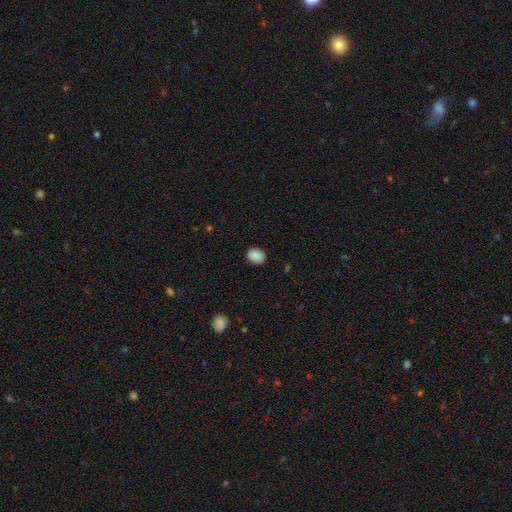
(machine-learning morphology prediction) smooth-or-featured: smooth: 89% | star or artifact: 8% | featured or disk: 3%
  how-rounded: in between: 54% | round: 45% | cigar-shaped: 1%
  merging: none: 89% | minor disturbance: 8% | major disturbance: 2% | merger: 1%